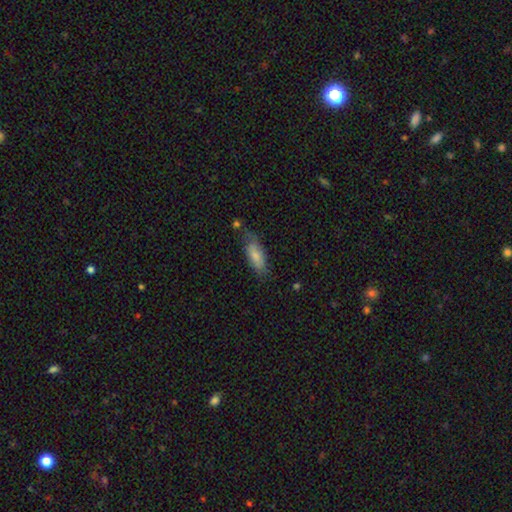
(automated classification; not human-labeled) Smooth or featured? Predicted: smooth (p=0.72). How rounded? Predicted: in between (p=0.76). Merging? Predicted: none (p=0.53).